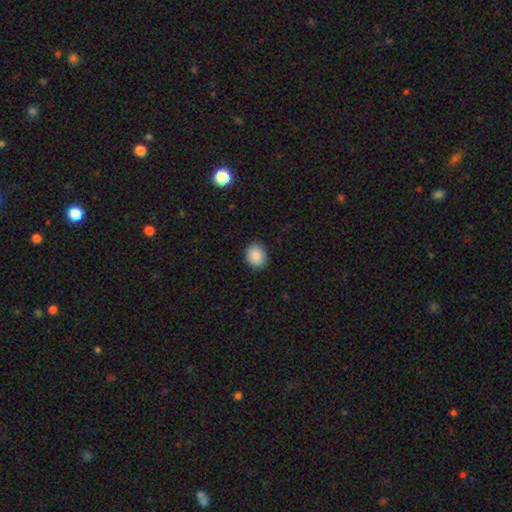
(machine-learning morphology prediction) This is clearly a smooth galaxy (89%). How rounded: likely round (70%). Merging: clearly none (89%).